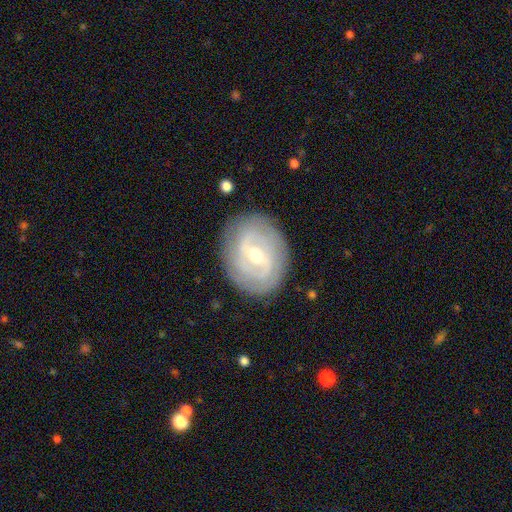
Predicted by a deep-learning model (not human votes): Overall: featured or disk (83%). Edge-on disk: no (97%). Bar: weak (54%; strong 27%). Spiral arms: yes (88%). Spiral arm count: 2 (49%; can't tell 26%). Spiral winding: tight (62%; medium 29%). Bulge size: moderate (57%; small 39%). Merging: none (84%).